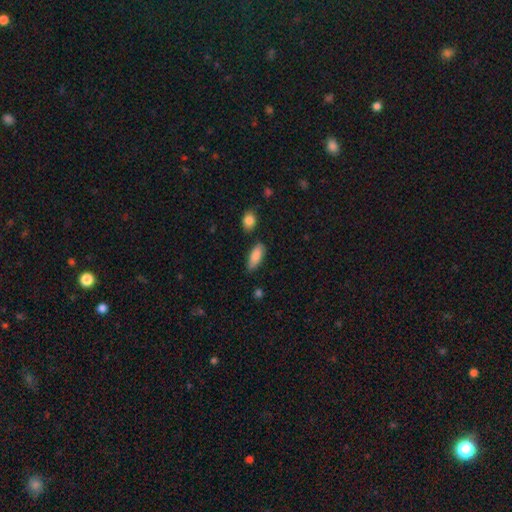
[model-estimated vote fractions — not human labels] A smooth galaxy with no disk features (86%) that is in between round and cigar-shaped (79%).

Vote fractions:
- Smooth or featured? smooth: 86% / featured or disk: 8% / star or artifact: 6%
- How rounded? in between: 79% / cigar-shaped: 19% / round: 2%
- Merging? none: 77% / minor disturbance: 16% / merger: 3% / major disturbance: 3%